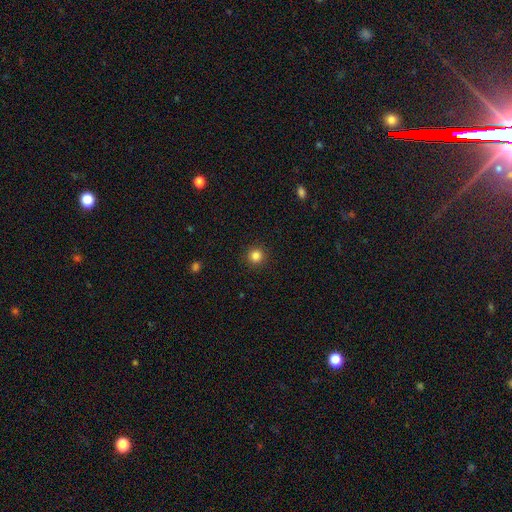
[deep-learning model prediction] The model was most divided on "smooth or featured": smooth: 84%, star or artifact: 12%, featured or disk: 4%. More confident: how rounded — round (95%); merging — none (92%).